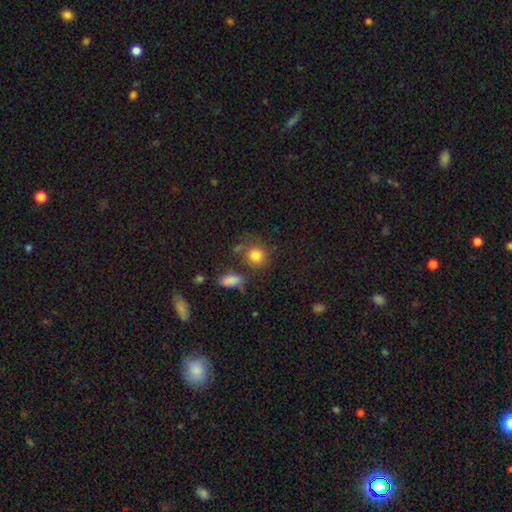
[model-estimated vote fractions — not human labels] This appears to be a smooth galaxy with no disk features (82%) that is round (82%). Merging: none (67%).